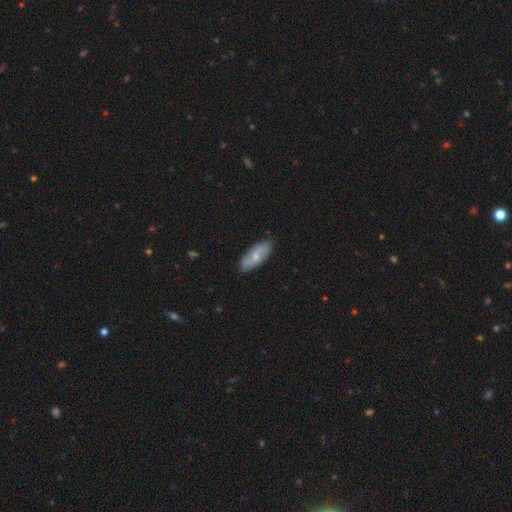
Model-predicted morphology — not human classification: Overall: smooth (54%; featured or disk 41%). How rounded: in between (74%). Merging: none (81%).